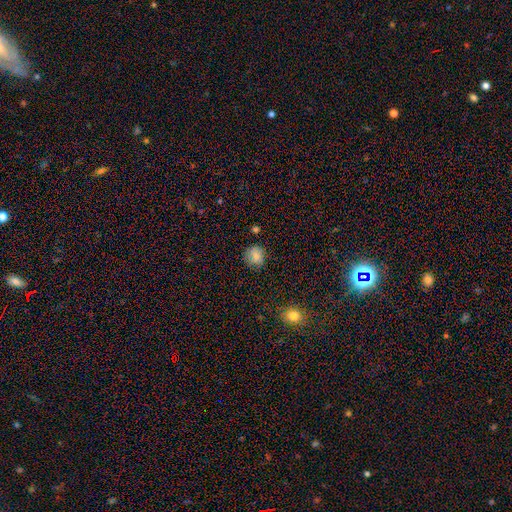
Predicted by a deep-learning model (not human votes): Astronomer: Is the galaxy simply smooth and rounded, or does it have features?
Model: smooth — 82%.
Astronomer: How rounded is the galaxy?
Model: round — 86%.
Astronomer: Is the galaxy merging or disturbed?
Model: none — 81%.